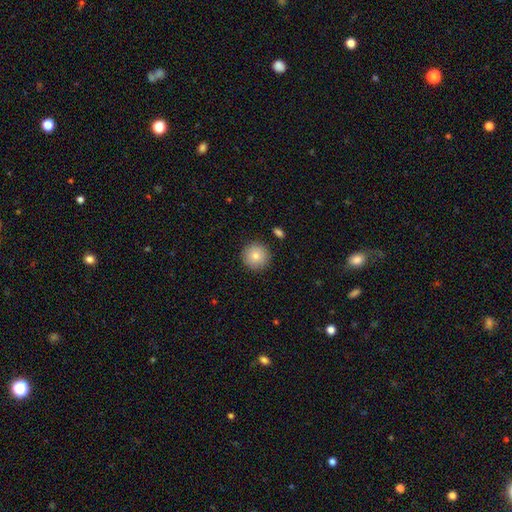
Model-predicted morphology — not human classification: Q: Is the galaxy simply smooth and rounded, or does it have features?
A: smooth — 82%.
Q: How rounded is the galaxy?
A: round — 96%.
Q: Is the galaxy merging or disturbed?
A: none — 90%.